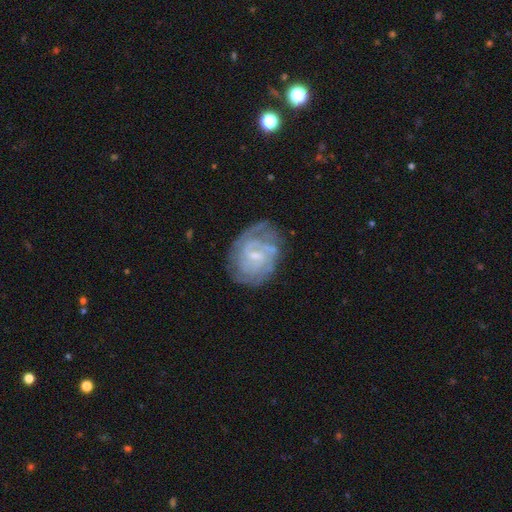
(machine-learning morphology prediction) type=featured or disk (81%); edge-on=no (98%); bar=weak (60%); spiral arms=yes (91%); winding=tight (60%); arm count=can't tell (38%); bulge=small (64%); merging=none (63%).